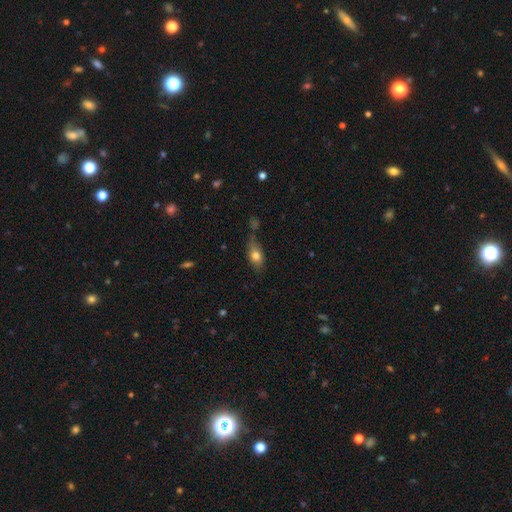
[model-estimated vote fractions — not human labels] Smooth or featured: smooth — 74% (featured or disk — 18%)
How rounded: in between — 78% (cigar-shaped — 11%)
Merging: none — 54% (minor disturbance — 24%)